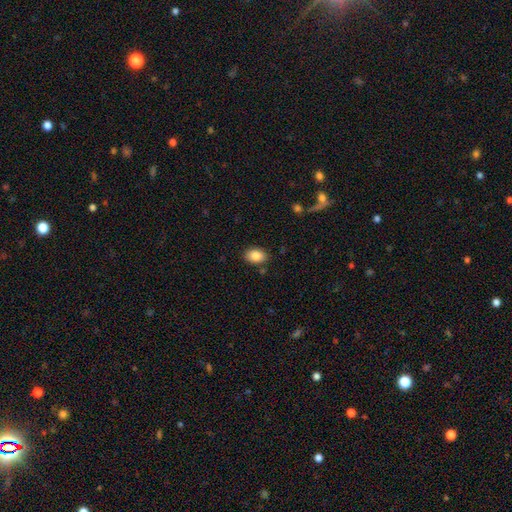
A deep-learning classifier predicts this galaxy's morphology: Smooth or featured? Predicted: smooth (p=0.86). How rounded? Predicted: in between (p=0.81). Merging? Predicted: none (p=0.84).